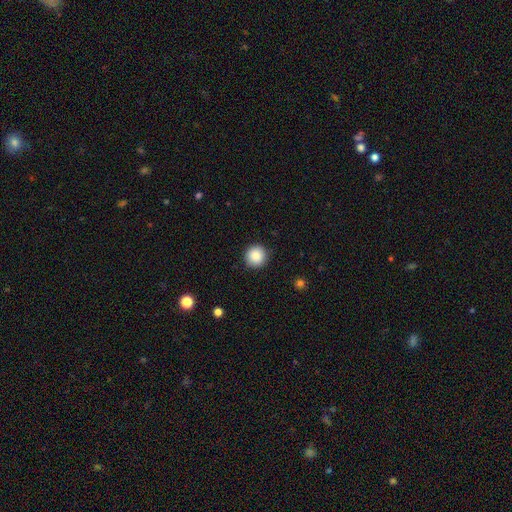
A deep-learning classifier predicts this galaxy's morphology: A smooth galaxy with no disk features (88%) that is round (94%). Merging: none (90%).